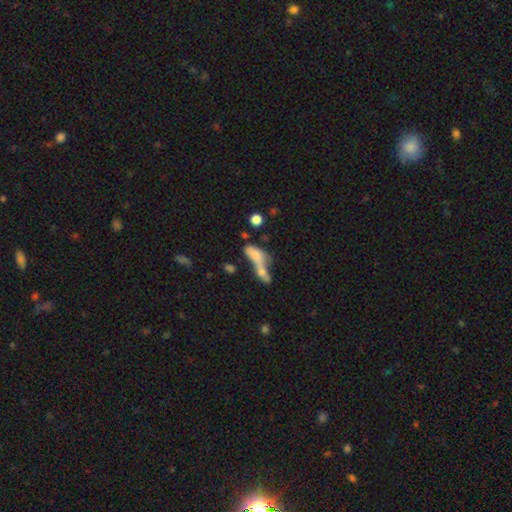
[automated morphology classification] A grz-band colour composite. It shows a smooth galaxy with no disk features (64%) that is in between round and cigar-shaped (66%). Merging: merger (66%).